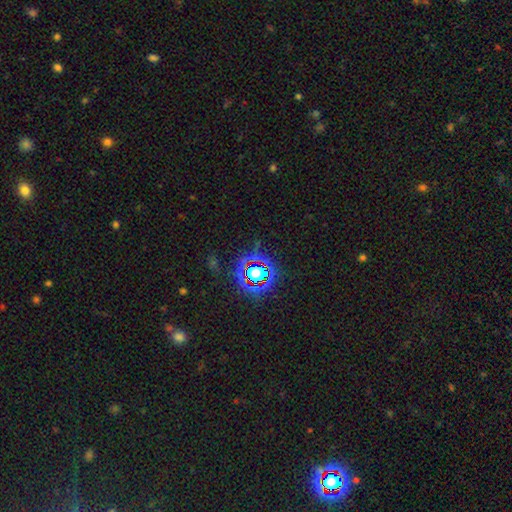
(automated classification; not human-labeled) Morphology: type=star or artifact (79%).